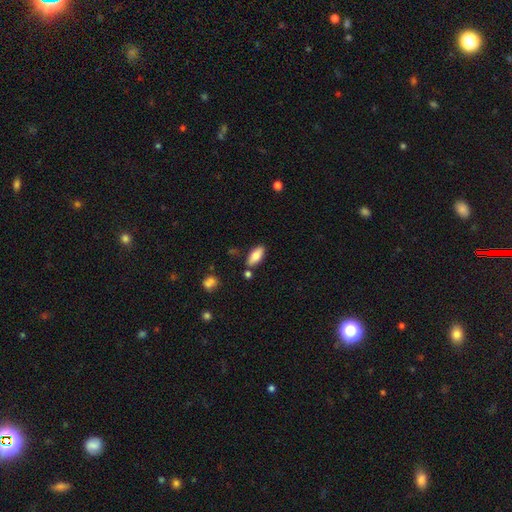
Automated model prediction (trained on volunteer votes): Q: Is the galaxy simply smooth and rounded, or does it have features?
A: smooth — 77%.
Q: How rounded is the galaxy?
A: in between — 83%.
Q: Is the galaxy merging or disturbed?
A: none — 80%.